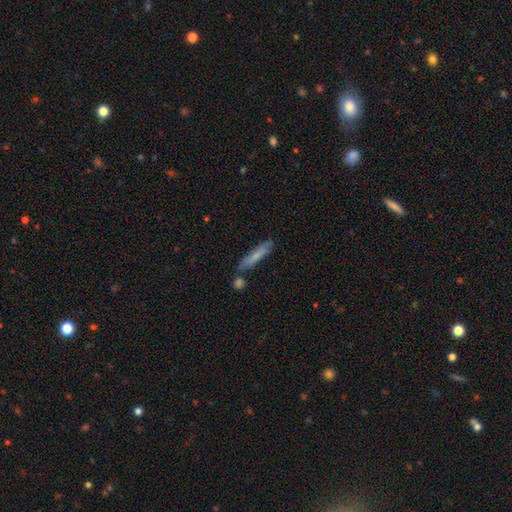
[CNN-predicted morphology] Smooth or featured? Predicted: smooth (p=0.67). How rounded? Predicted: cigar-shaped (p=0.88). Merging? Predicted: none (p=0.74).